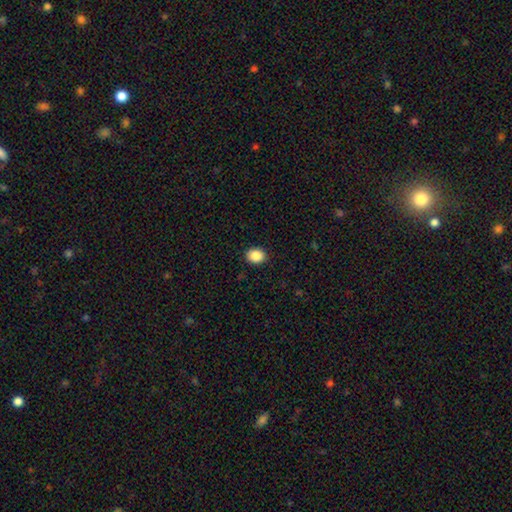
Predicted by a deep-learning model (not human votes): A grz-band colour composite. It shows a smooth galaxy with no disk features (88%) that is round (54%). Merging: none (91%).